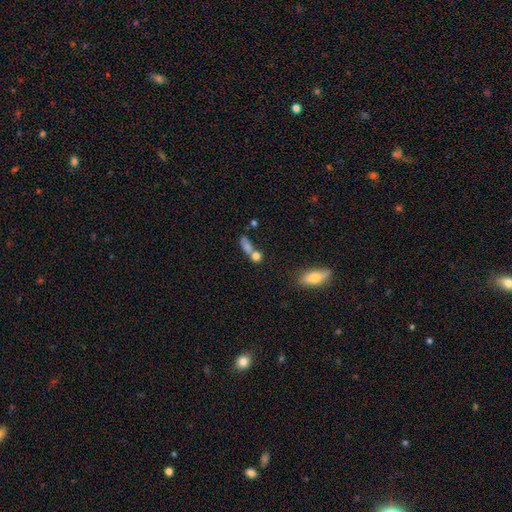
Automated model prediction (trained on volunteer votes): Smooth or featured: smooth — 76% (featured or disk — 13%)
How rounded: round — 47% (in between — 39%)
Merging: merger — 44% (none — 39%)